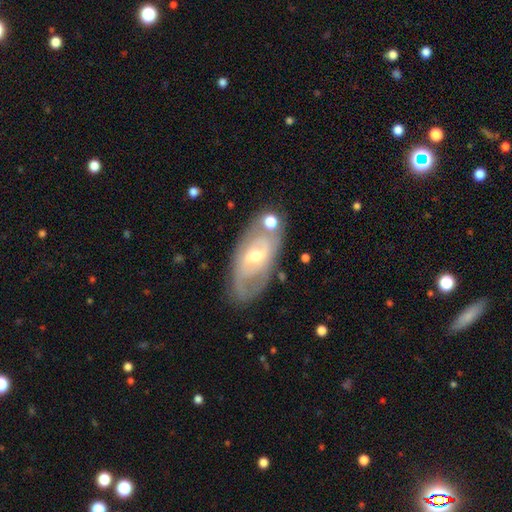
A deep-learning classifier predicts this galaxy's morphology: Smooth or featured?
  - featured or disk: 75% *
  - smooth: 20%
  - star or artifact: 6%
Edge-on disk?
  - no: 91% *
  - yes: 9%
Bar?
  - no: 47% *
  - weak: 39%
  - strong: 14%
Spiral arms?
  - yes: 69% *
  - no: 31%
Bulge size?
  - moderate: 61% *
  - small: 34%
  - large: 4%
  - none: 1%
  - dominant: 1%
Merging?
  - none: 68% *
  - minor disturbance: 18%
  - merger: 7%
  - major disturbance: 7%